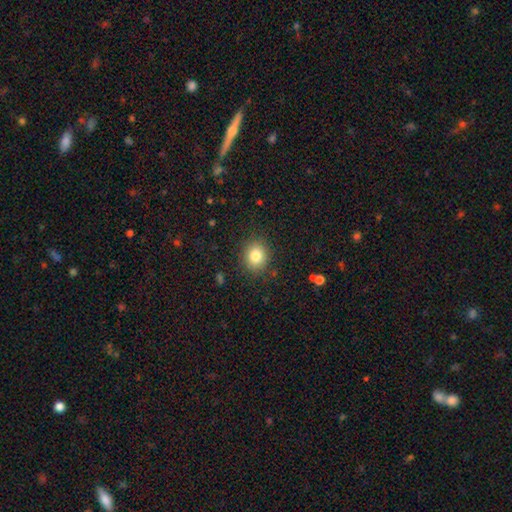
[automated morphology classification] smooth 81%, star or artifact 11%, featured or disk 8%. Down the decision tree: how rounded — round (74%); merging — none (87%).